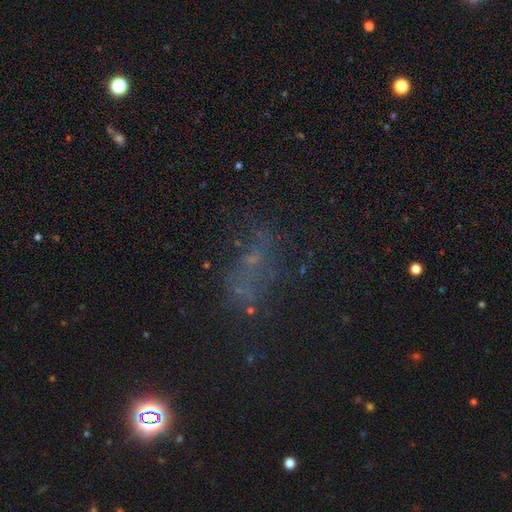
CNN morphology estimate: Smooth or featured? featured or disk (34%)
Merging? none (46%)